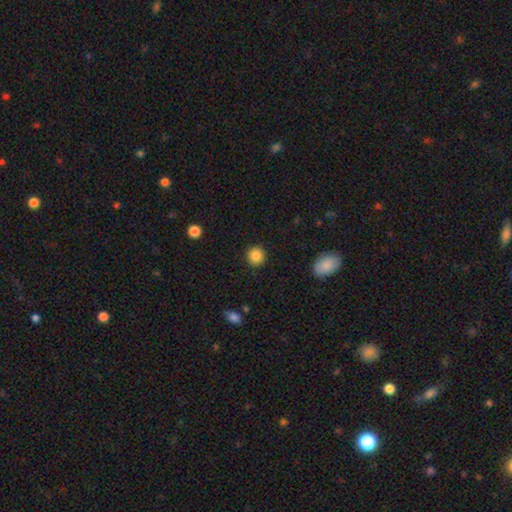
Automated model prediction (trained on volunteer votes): Morphology: type=smooth (86%); roundness=round (93%); merging=none (91%).